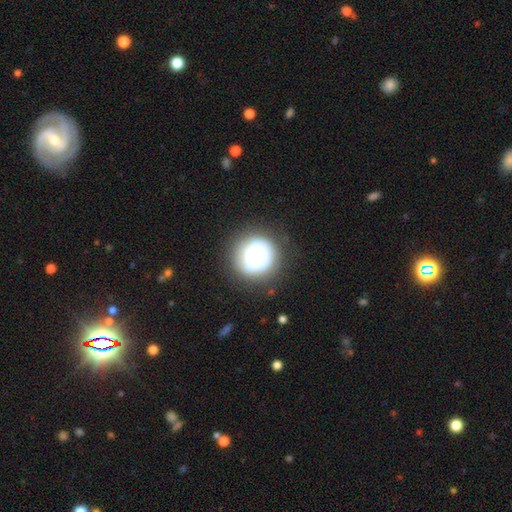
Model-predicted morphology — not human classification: This appears to be a smooth galaxy with no disk features (51%) that is round (93%). Merging: none (78%).